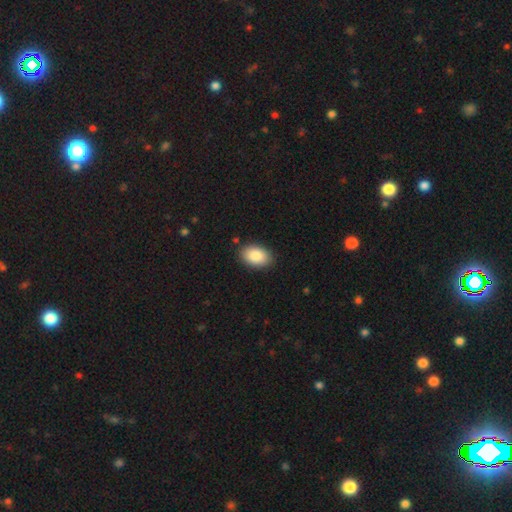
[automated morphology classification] Smooth or featured? Predicted: smooth (p=0.88). How rounded? Predicted: in between (p=0.90). Merging? Predicted: none (p=0.87).